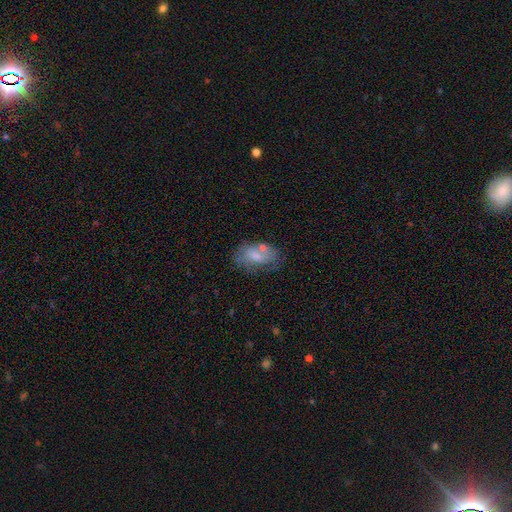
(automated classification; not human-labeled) The model was most divided on "smooth or featured": smooth: 55%, featured or disk: 35%, star or artifact: 10%. Remaining: how rounded — in between (88%); merging — none (48%).